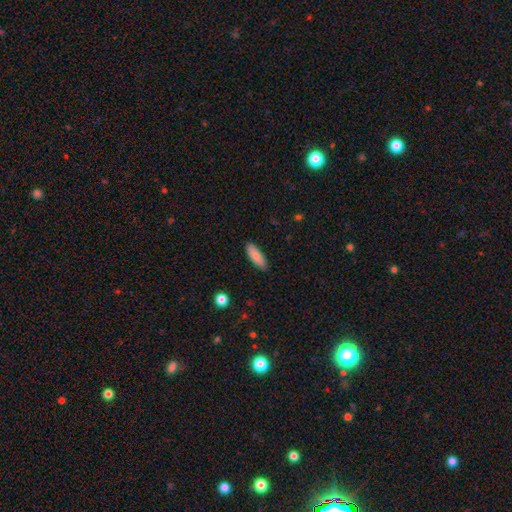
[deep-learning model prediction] Smooth or featured?
  - smooth: 87% *
  - featured or disk: 7%
  - star or artifact: 6%
How rounded?
  - in between: 58% *
  - cigar-shaped: 40%
  - round: 2%
Merging?
  - none: 87% *
  - minor disturbance: 10%
  - major disturbance: 2%
  - merger: 1%